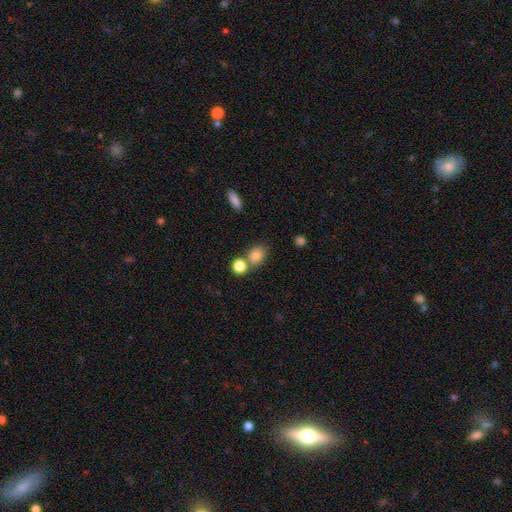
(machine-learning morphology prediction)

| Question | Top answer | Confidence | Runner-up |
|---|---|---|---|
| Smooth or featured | smooth | 83% | star or artifact (10%) |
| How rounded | in between | 61% | round (37%) |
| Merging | none | 58% | merger (27%) |